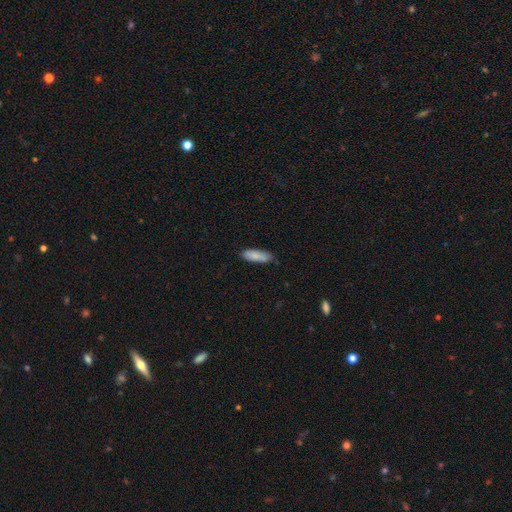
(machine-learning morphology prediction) This appears to be a smooth galaxy with no disk features (85%) that is in between round and cigar-shaped (57%). Merging: none (76%).